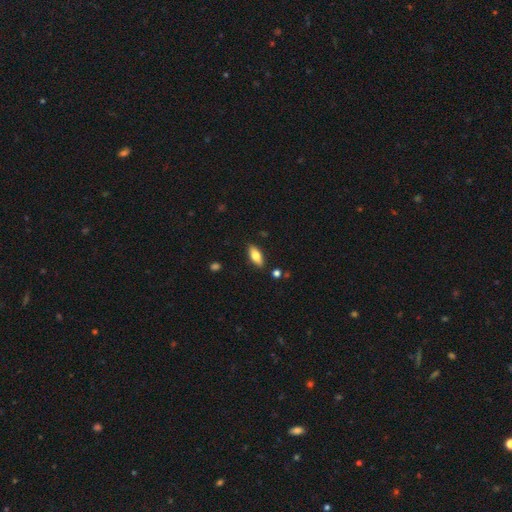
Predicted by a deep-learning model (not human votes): Smooth or featured? smooth (74%)
How rounded? in between (83%)
Merging? none (87%)